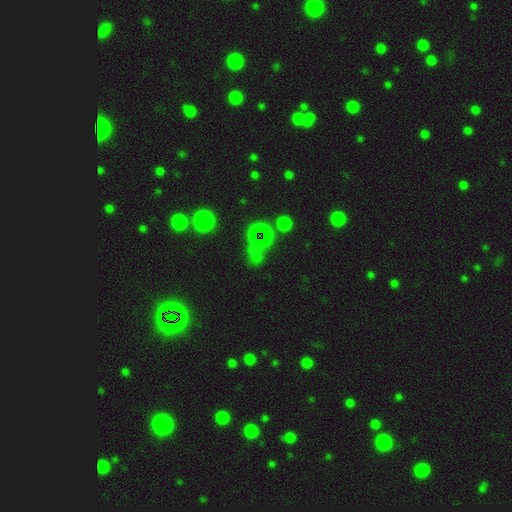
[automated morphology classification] A star or artifact, not a galaxy (51%).